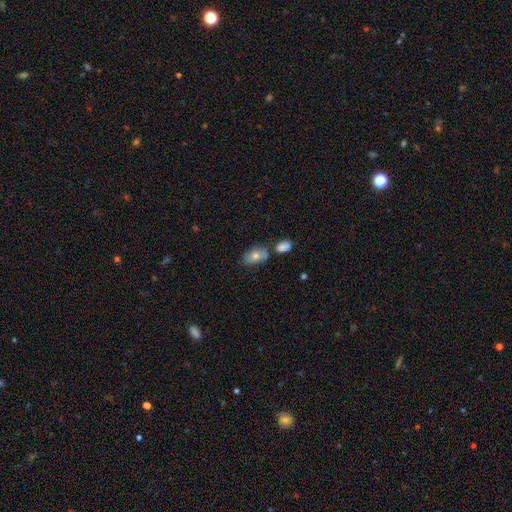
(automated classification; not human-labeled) A smooth galaxy with no disk features (72%) that is in between round and cigar-shaped (89%).

Vote fractions:
- Smooth or featured? smooth: 72% / featured or disk: 20% / star or artifact: 9%
- How rounded? in between: 89% / round: 9% / cigar-shaped: 2%
- Merging? none: 59% / merger: 23% / minor disturbance: 15% / major disturbance: 4%